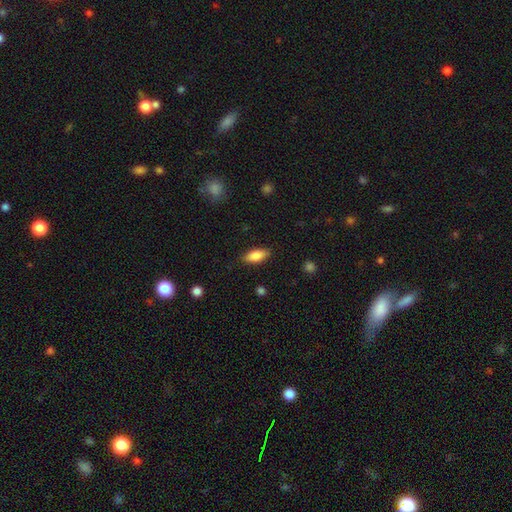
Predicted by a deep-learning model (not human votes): Smooth or featured: smooth — 81% (featured or disk — 12%)
How rounded: in between — 82% (cigar-shaped — 15%)
Merging: none — 85% (minor disturbance — 11%)